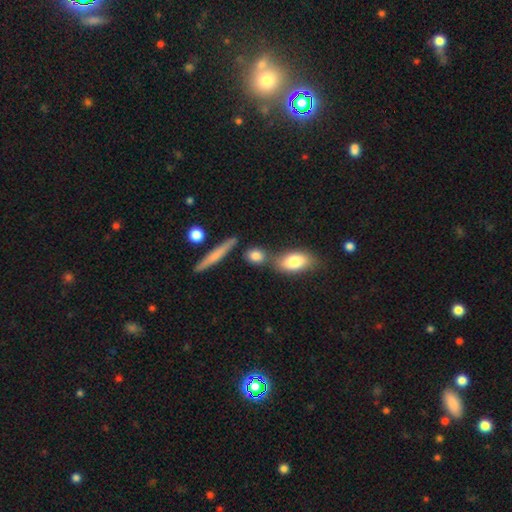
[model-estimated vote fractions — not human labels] Smooth or featured? Predicted: smooth (p=0.81). How rounded? Predicted: in between (p=0.45). Merging? Predicted: none (p=0.61).